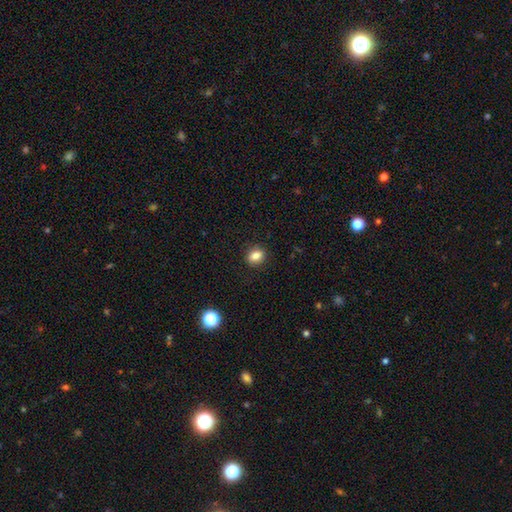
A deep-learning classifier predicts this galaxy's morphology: Smooth or featured? smooth (82%)
How rounded? in between (52%)
Merging? none (89%)